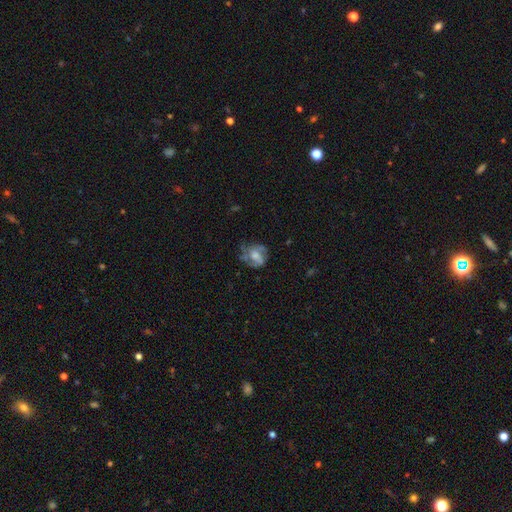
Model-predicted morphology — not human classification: Overall: featured or disk (56%; smooth 34%). Edge-on disk: no (97%). Bar: no (65%; weak 29%). Spiral arms: yes (69%; no 31%). Bulge size: moderate (46%; small 24%). Merging: none (52%; minor disturbance 24%).